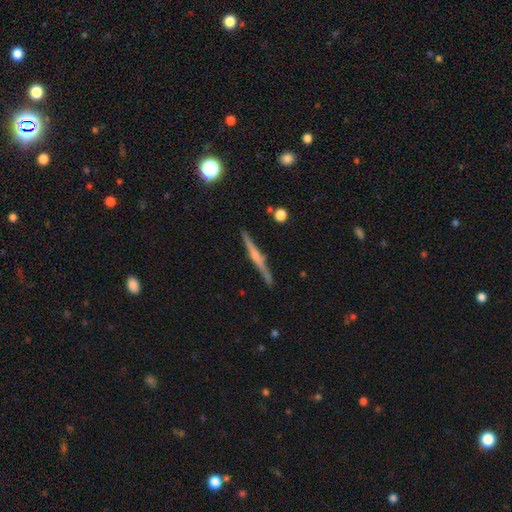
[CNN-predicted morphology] Smooth or featured: featured or disk — 68% (smooth — 26%)
Edge-on disk: yes — 98% (no — 2%)
Edge-on bulge: rounded — 53% (none — 30%)
Merging: none — 89% (minor disturbance — 8%)